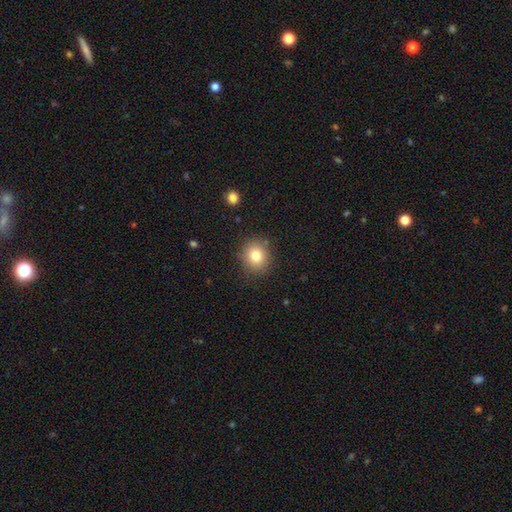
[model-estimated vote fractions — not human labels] A smooth galaxy with no disk features (79%) that is round (82%). Merging: none (86%).